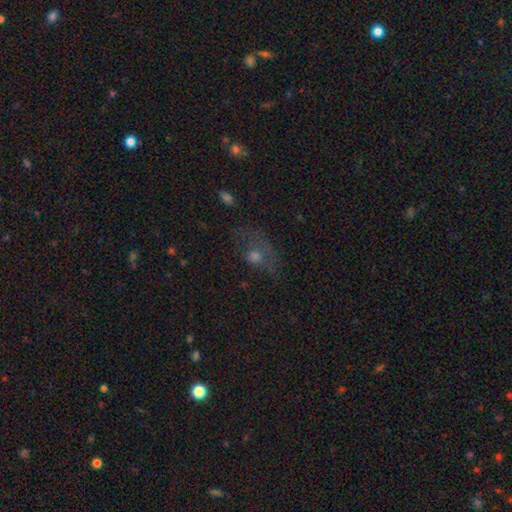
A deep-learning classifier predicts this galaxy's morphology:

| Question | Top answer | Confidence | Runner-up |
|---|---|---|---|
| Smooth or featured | smooth | 46% | featured or disk (28%) |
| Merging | none | 45% | major disturbance (29%) |